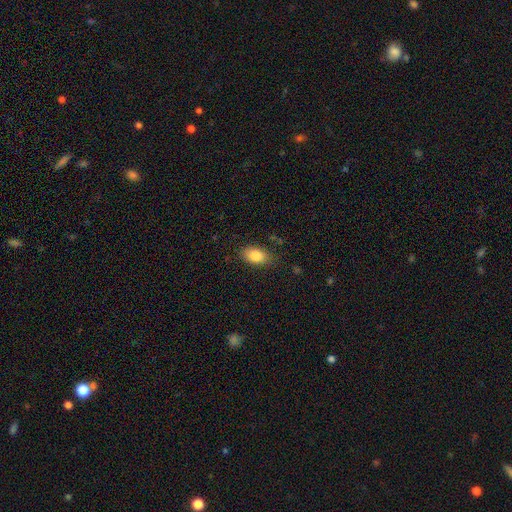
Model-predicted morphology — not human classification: This is clearly a smooth galaxy (84%). How rounded: clearly in between (89%). Merging: clearly none (82%).